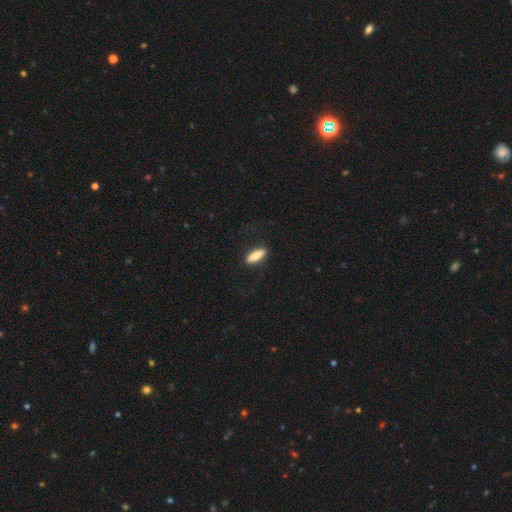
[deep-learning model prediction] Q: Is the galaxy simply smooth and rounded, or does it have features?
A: smooth — 81%.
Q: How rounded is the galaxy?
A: cigar-shaped — 62%.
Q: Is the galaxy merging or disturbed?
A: none — 85%.